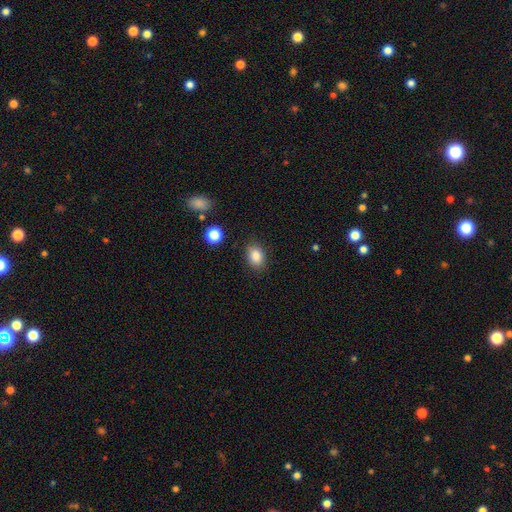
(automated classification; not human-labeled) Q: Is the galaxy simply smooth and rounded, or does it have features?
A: smooth — 86%.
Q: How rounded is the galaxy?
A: in between — 76%.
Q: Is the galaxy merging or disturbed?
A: none — 83%.